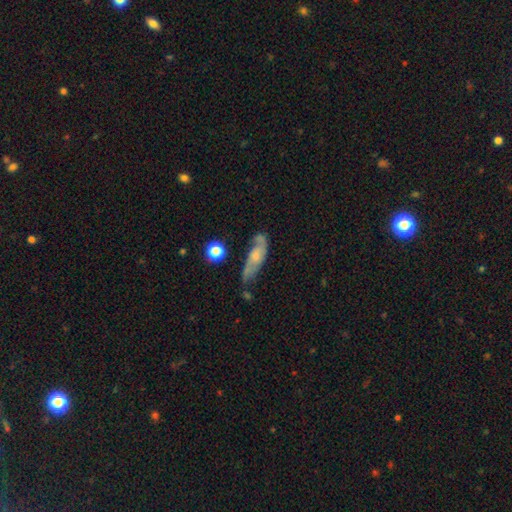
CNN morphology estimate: The model was most divided on "smooth or featured": featured or disk: 59%, smooth: 33%, star or artifact: 8%. More confident: edge-on disk — no (76%); merging — none (57%).